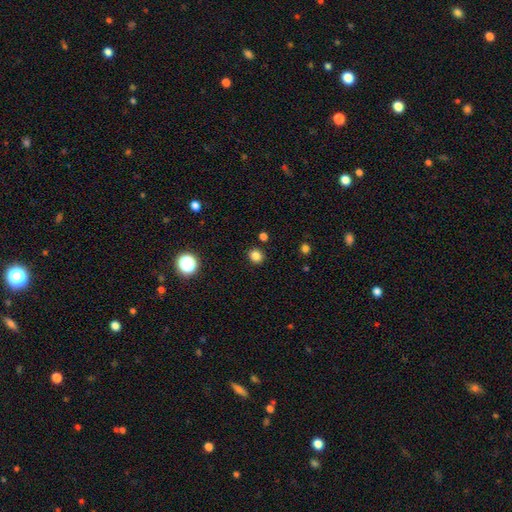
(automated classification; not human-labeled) This appears to be a smooth galaxy with no disk features (82%) that is round (82%). Merging: none (89%).